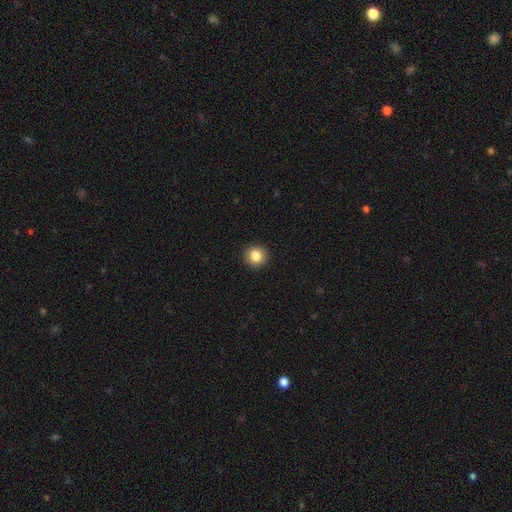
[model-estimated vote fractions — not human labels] This appears to be a smooth galaxy with no disk features (85%) that is round (93%). Merging: none (93%).